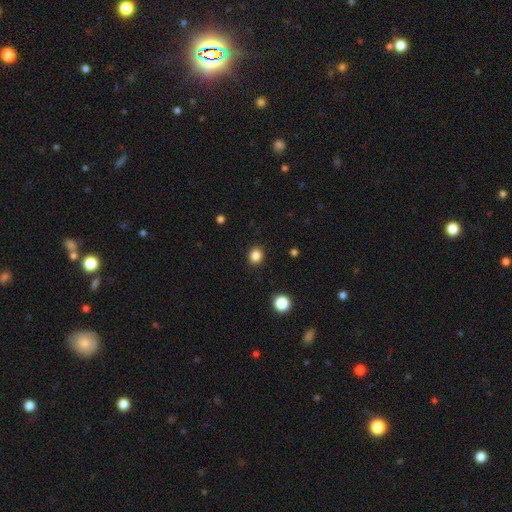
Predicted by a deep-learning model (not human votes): Overall: smooth (84%). How rounded: round (79%). Merging: none (91%).